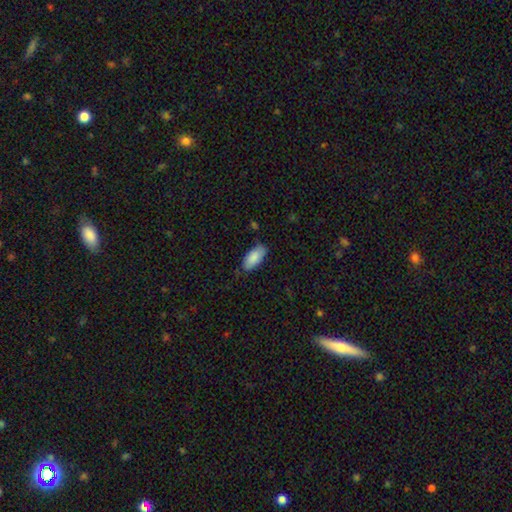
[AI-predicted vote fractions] Smooth or featured: smooth — 88% (featured or disk — 6%)
How rounded: in between — 91% (cigar-shaped — 7%)
Merging: none — 80% (minor disturbance — 16%)